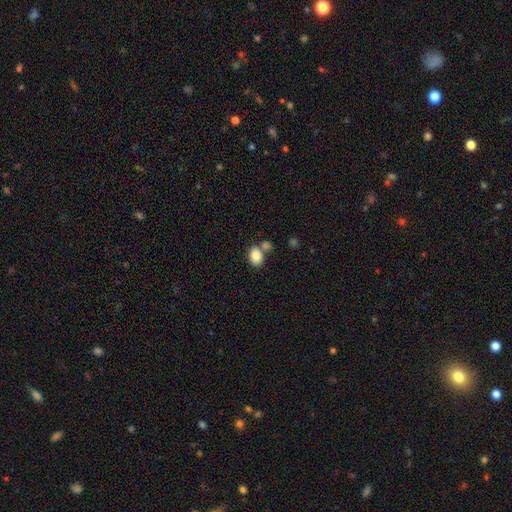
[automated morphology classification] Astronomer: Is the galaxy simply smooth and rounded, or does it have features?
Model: smooth — 85%.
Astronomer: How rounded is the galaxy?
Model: in between — 80%.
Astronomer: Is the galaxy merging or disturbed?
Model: none — 57%.